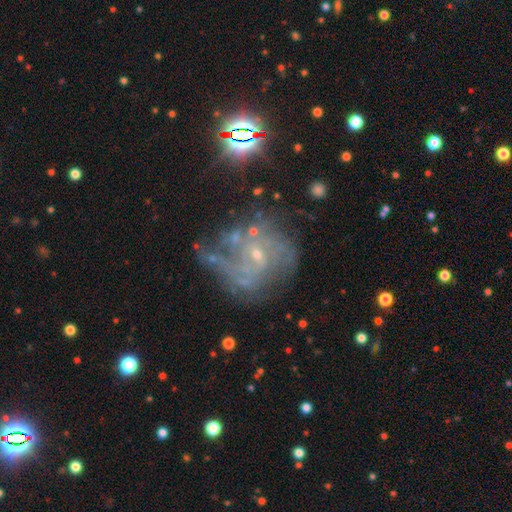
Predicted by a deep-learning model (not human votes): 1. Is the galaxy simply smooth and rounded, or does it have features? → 74% featured or disk, 16% star or artifact, 10% smooth.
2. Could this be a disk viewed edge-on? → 98% no, 2% yes.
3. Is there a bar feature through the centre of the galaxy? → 57% no, 36% weak, 8% strong.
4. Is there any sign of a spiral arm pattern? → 85% yes, 15% no.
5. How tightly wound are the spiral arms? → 43% medium, 34% tight, 23% loose.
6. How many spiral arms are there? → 38% can't tell, 27% 2, 16% 3, 7% 4, 7% 1, 5% more than 4.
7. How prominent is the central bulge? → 76% small, 16% moderate, 7% none, 1% large, 1% dominant.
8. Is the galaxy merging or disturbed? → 47% none, 25% major disturbance, 22% minor disturbance, 7% merger.